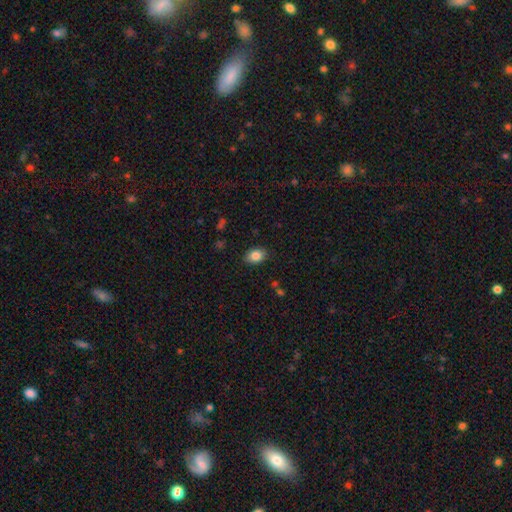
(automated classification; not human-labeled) Smooth or featured?
  - smooth: 85% *
  - star or artifact: 8%
  - featured or disk: 7%
How rounded?
  - in between: 79% *
  - round: 20%
  - cigar-shaped: 1%
Merging?
  - none: 86% *
  - minor disturbance: 10%
  - major disturbance: 2%
  - merger: 1%